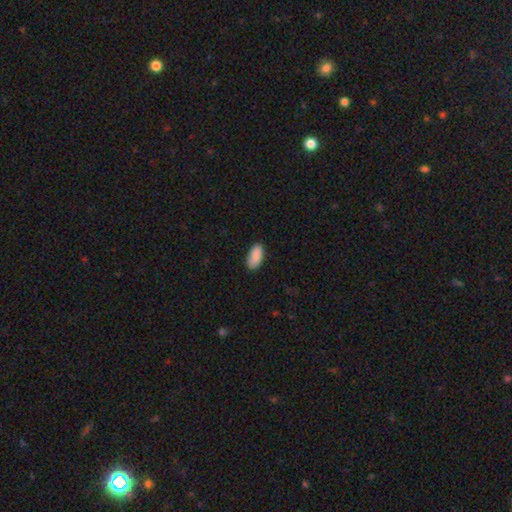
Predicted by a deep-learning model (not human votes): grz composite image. It shows a smooth galaxy with no disk features (90%) that is in between round and cigar-shaped (90%). Merging: none (83%).